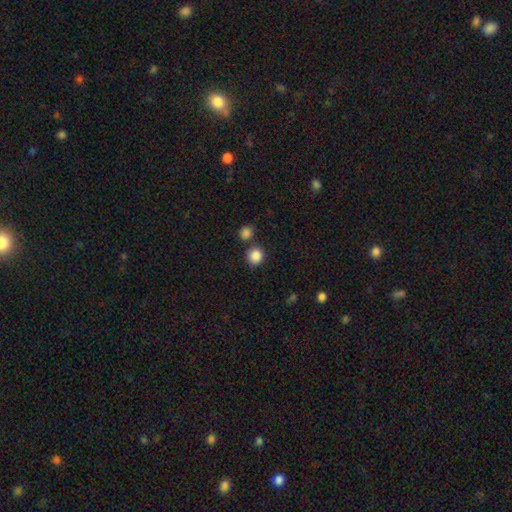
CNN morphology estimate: This is clearly a smooth galaxy (87%). How rounded: clearly round (88%). Merging: likely none (75%).